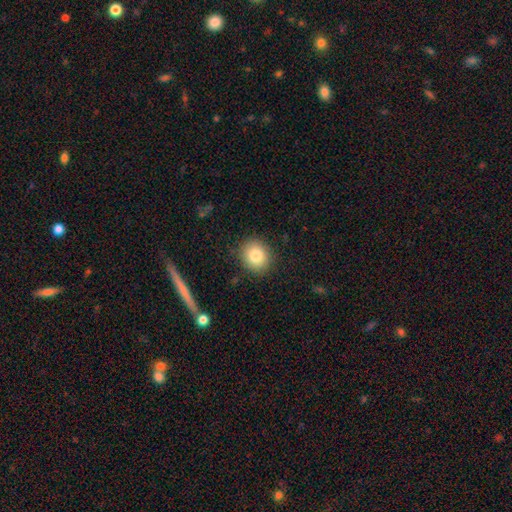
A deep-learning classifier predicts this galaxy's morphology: The model was most divided on "how rounded": round: 78%, in between: 21%, cigar-shaped: 1%. More confident: merging — none (88%); smooth or featured — smooth (83%).